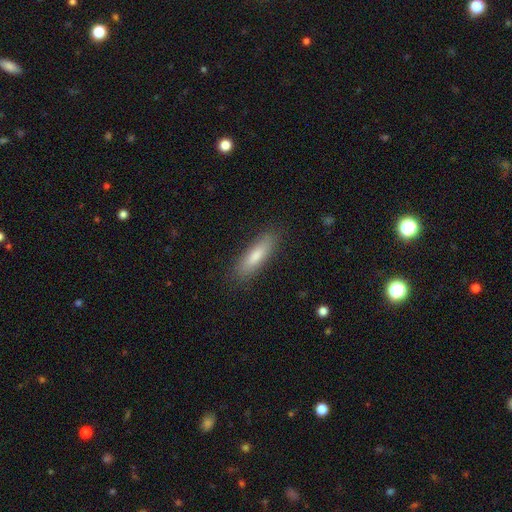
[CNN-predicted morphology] smooth_or_featured: smooth (p=0.77) [alt: featured or disk p=0.16]
how_rounded: cigar-shaped (p=0.62) [alt: in between p=0.37]
merging: none (p=0.86) [alt: minor disturbance p=0.10]